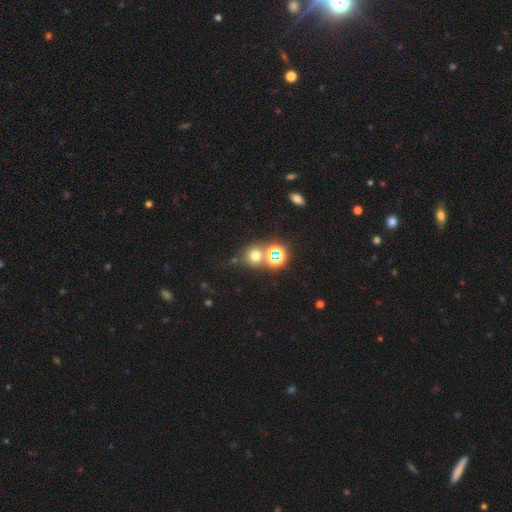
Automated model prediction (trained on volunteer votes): smooth-or-featured: smooth: 62% | star or artifact: 29% | featured or disk: 9%
  how-rounded: round: 85% | in between: 14% | cigar-shaped: 1%
  merging: none: 66% | merger: 20% | minor disturbance: 9% | major disturbance: 4%